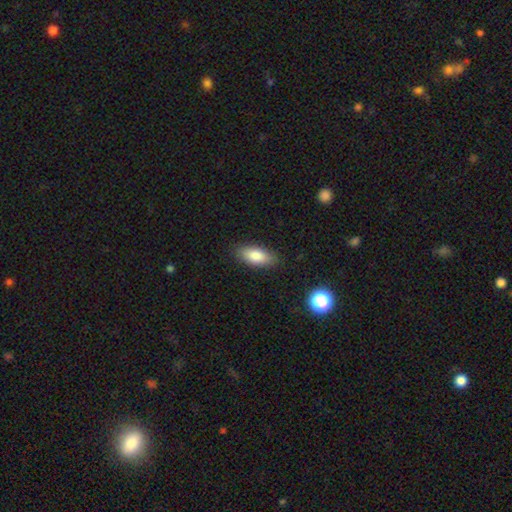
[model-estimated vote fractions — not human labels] This is clearly a smooth galaxy (84%). How rounded: clearly in between (85%). Merging: clearly none (86%).